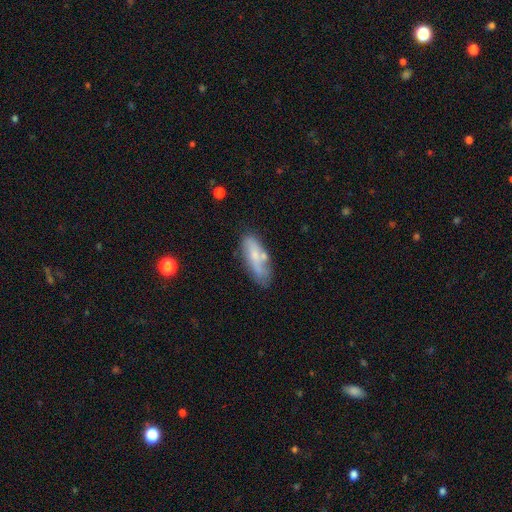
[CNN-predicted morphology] Smooth or featured? smooth (58%)
How rounded? in between (66%)
Merging? none (55%)